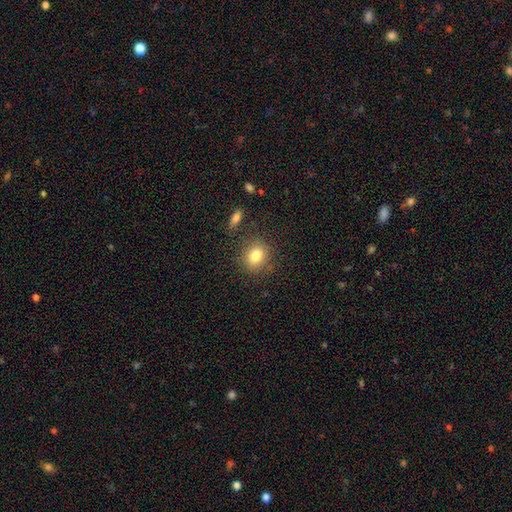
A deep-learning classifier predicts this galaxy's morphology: This is clearly a smooth galaxy (81%). How rounded: likely round (69%). Merging: clearly none (83%).